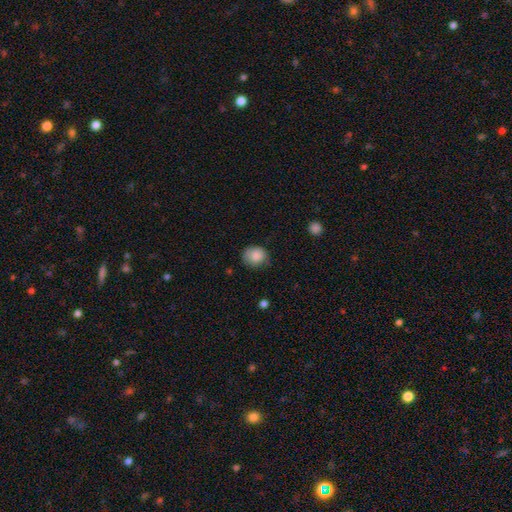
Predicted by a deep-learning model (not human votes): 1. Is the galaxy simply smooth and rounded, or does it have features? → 86% smooth, 8% star or artifact, 6% featured or disk.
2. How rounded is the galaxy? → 74% round, 25% in between, 1% cigar-shaped.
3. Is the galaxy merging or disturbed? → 68% none, 25% minor disturbance, 6% major disturbance, 1% merger.